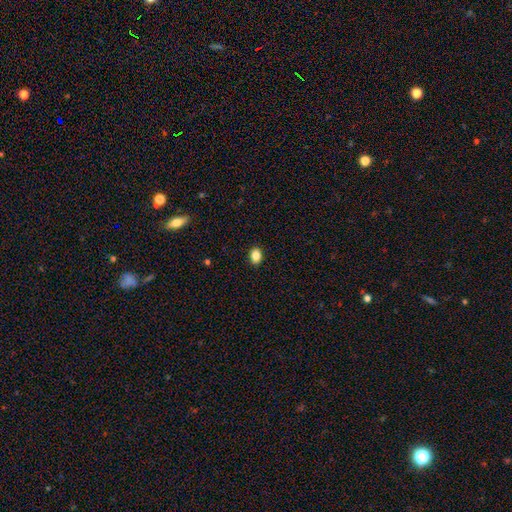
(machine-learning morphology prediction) Q: Smooth or featured?
A: smooth (86%); runner-up: star or artifact (10%)
Q: How rounded?
A: in between (72%); runner-up: round (27%)
Q: Merging?
A: none (90%); runner-up: minor disturbance (7%)